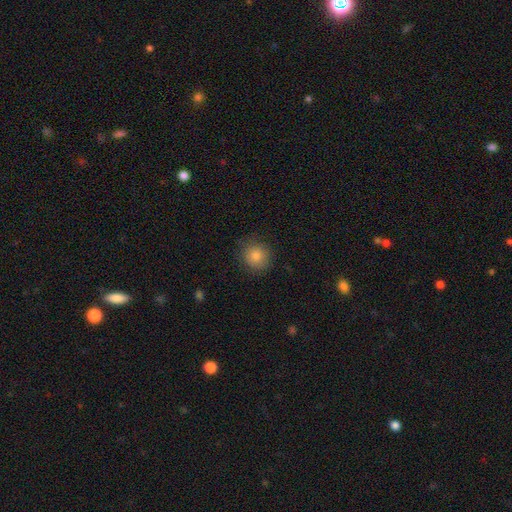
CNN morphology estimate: smooth 82%, star or artifact 11%, featured or disk 7%. Down the decision tree: how rounded — round (91%); merging — none (86%).